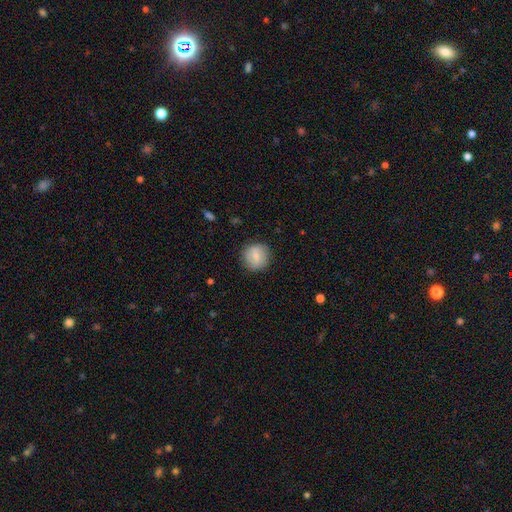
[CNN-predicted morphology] This appears to be a smooth galaxy with no disk features (73%) that is round (89%). Merging: none (85%).